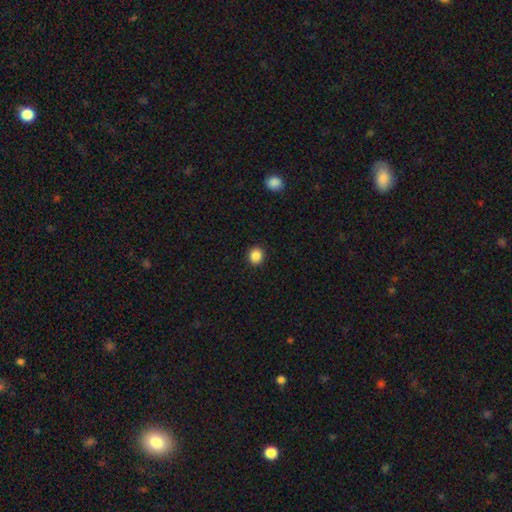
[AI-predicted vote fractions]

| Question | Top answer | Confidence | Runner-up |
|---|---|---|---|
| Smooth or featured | smooth | 87% | star or artifact (10%) |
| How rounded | round | 87% | in between (12%) |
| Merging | none | 92% | minor disturbance (5%) |